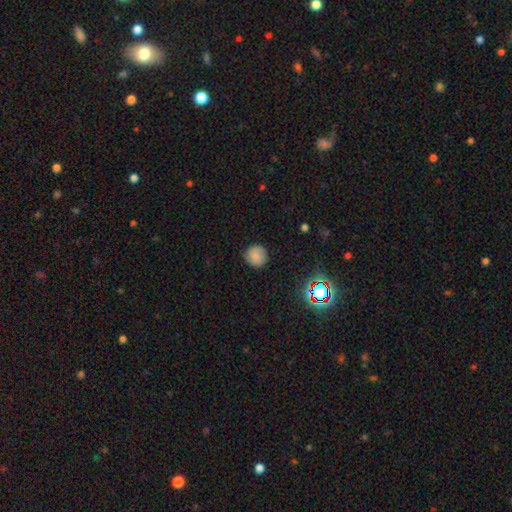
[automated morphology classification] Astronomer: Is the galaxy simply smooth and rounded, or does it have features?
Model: smooth — 79%.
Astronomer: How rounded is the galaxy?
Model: round — 94%.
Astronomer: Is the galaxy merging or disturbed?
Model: none — 87%.